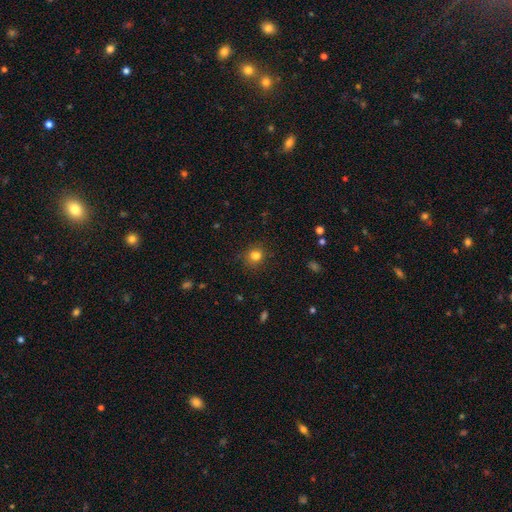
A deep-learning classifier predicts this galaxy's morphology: type=smooth (81%); roundness=round (81%); merging=none (85%).